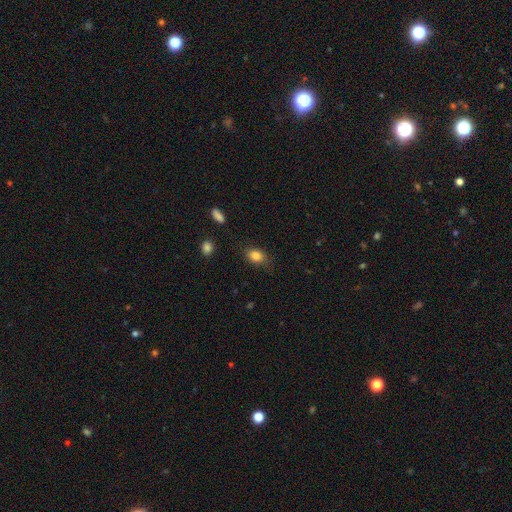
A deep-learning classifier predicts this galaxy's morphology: Q: Smooth or featured?
A: smooth (85%); runner-up: star or artifact (9%)
Q: How rounded?
A: in between (75%); runner-up: round (24%)
Q: Merging?
A: none (79%); runner-up: minor disturbance (15%)